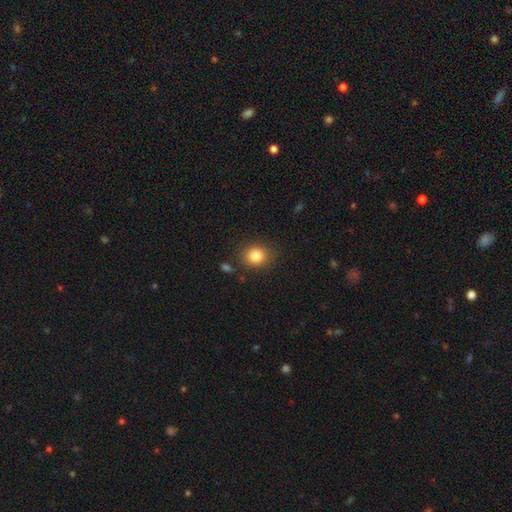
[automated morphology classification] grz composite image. It shows a smooth galaxy with no disk features (83%) that is round (71%). Merging: none (83%).